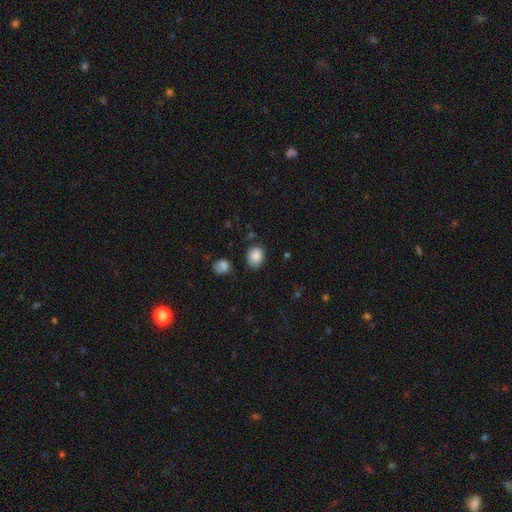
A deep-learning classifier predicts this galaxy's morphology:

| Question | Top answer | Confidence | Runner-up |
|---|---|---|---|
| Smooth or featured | smooth | 86% | star or artifact (9%) |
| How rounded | round | 50% | in between (49%) |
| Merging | none | 77% | minor disturbance (16%) |